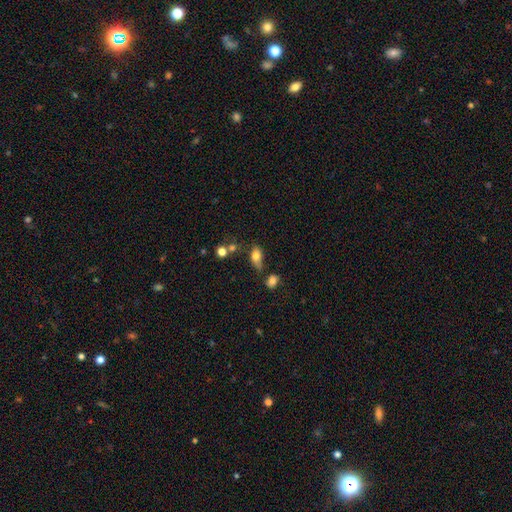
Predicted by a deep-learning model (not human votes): Smooth or featured? Predicted: smooth (p=0.75). How rounded? Predicted: in between (p=0.81). Merging? Predicted: none (p=0.47).